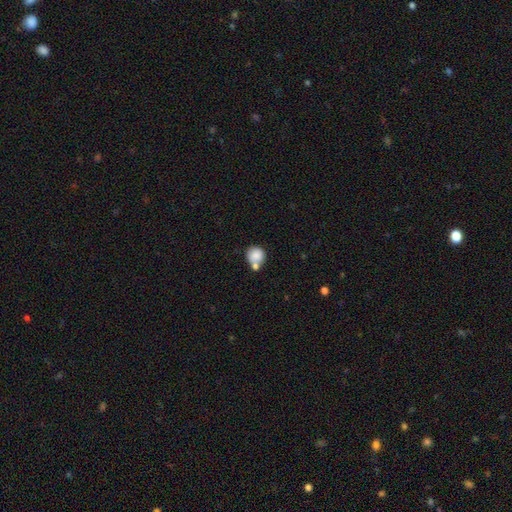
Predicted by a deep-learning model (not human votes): Overall: smooth (82%). How rounded: round (87%). Merging: none (45%; merger 38%).